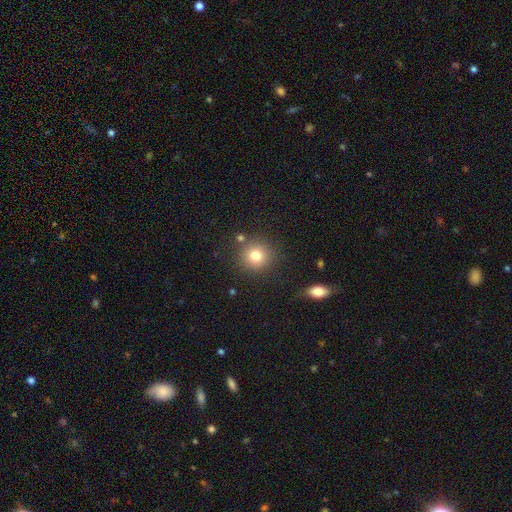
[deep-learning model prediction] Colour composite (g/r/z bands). It shows a smooth galaxy with no disk features (78%) that is round (91%). Merging: none (83%).